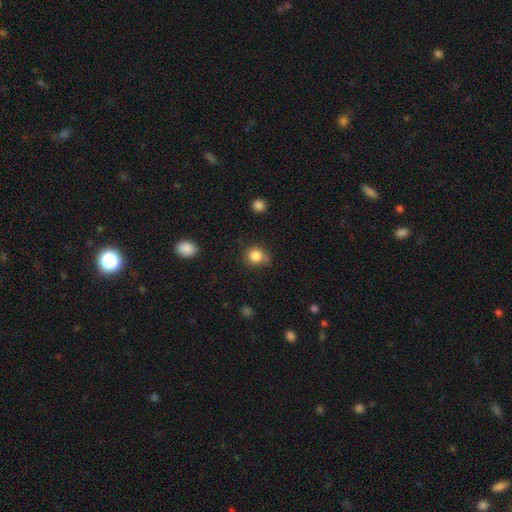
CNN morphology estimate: The model was most divided on "merging": none: 67%, minor disturbance: 21%, merger: 7%, major disturbance: 5%. More confident: how rounded — round (85%); smooth or featured — smooth (84%).